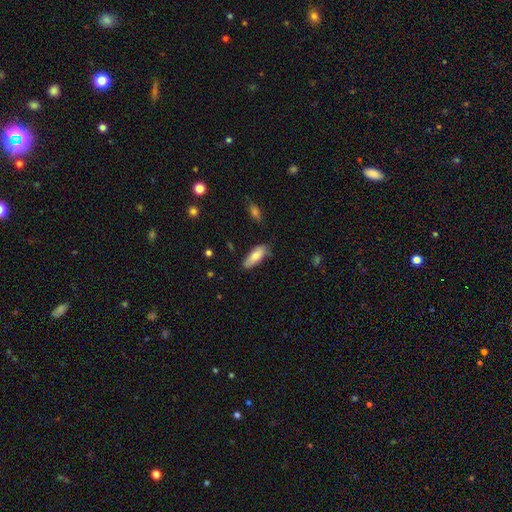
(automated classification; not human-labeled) Smooth or featured? smooth (78%)
How rounded? in between (70%)
Merging? none (73%)